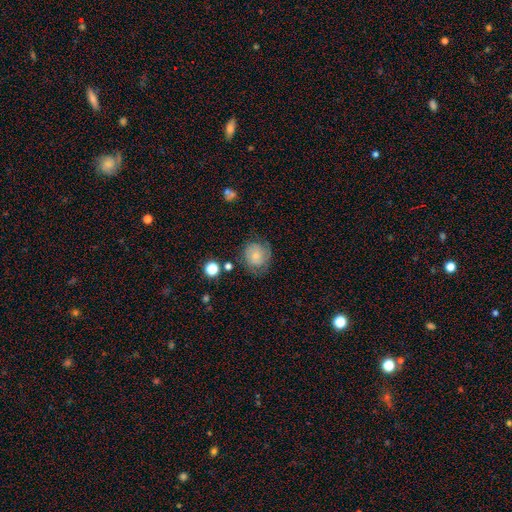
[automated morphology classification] Smooth or featured?
  - smooth: 53% *
  - featured or disk: 38%
  - star or artifact: 10%
How rounded?
  - round: 81% *
  - in between: 18%
  - cigar-shaped: 1%
Merging?
  - none: 65% *
  - minor disturbance: 22%
  - major disturbance: 10%
  - merger: 2%